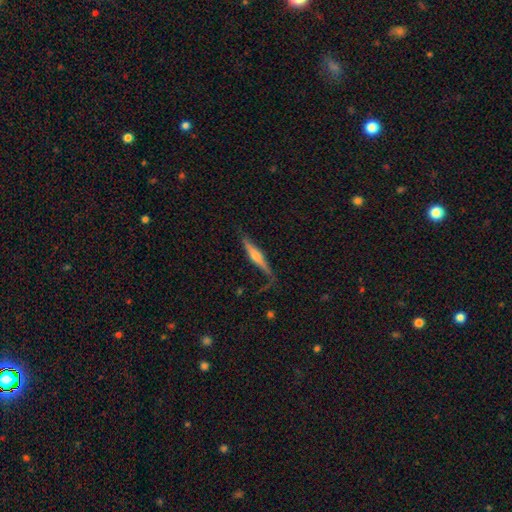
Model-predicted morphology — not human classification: Smooth or featured? featured or disk (65%)
Edge-on disk? yes (93%)
Edge-on bulge? rounded (84%)
Merging? none (65%)